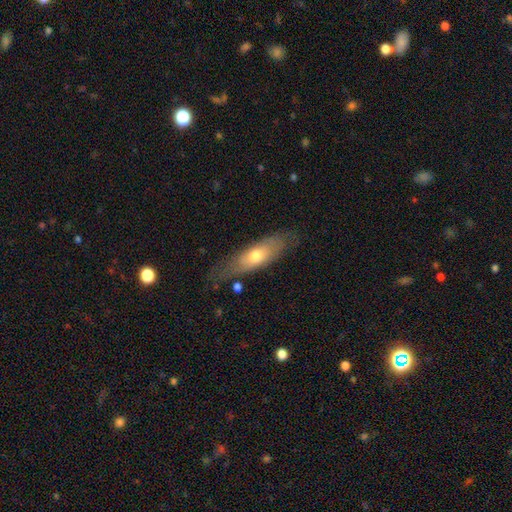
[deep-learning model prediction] Overall: smooth (57%; featured or disk 37%). How rounded: in between (56%; cigar-shaped 41%). Merging: none (66%).